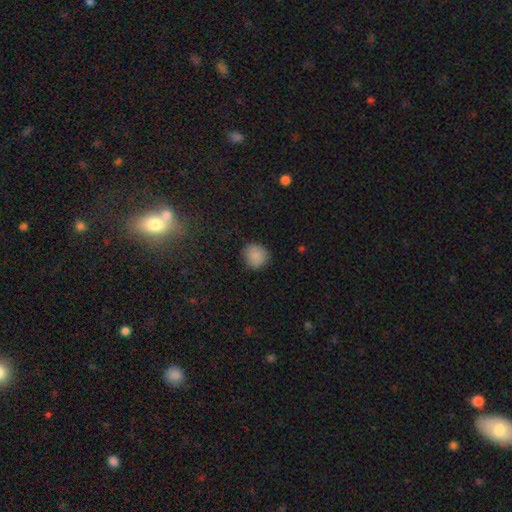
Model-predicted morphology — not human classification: smooth-or-featured: smooth: 86% | star or artifact: 10% | featured or disk: 5%
  how-rounded: round: 90% | in between: 9% | cigar-shaped: 1%
  merging: none: 83% | minor disturbance: 13% | major disturbance: 3% | merger: 1%